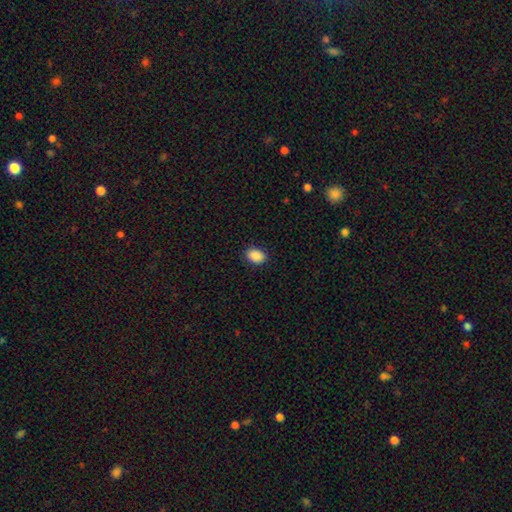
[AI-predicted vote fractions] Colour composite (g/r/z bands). It shows a smooth galaxy with no disk features (90%) that is in between round and cigar-shaped (77%). Merging: none (88%).